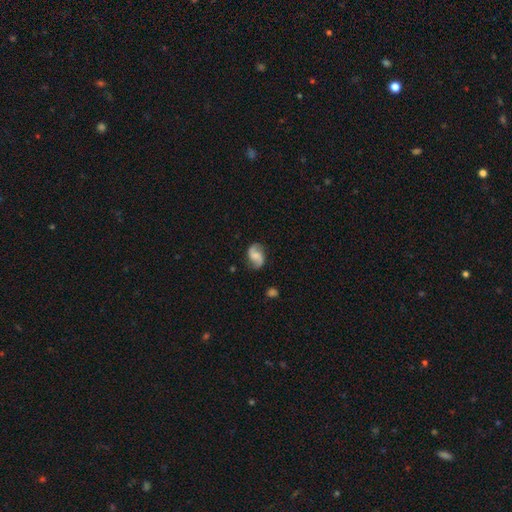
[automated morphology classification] Smooth or featured? Predicted: featured or disk (p=0.72). Edge-on disk? Predicted: no (p=0.98). Bar? Predicted: no (p=0.50). Spiral arms? Predicted: yes (p=0.95). Spiral winding? Predicted: loose (p=0.57). Spiral arm count? Predicted: 2 (p=0.92). Bulge size? Predicted: none (p=0.34). Merging? Predicted: none (p=0.78).